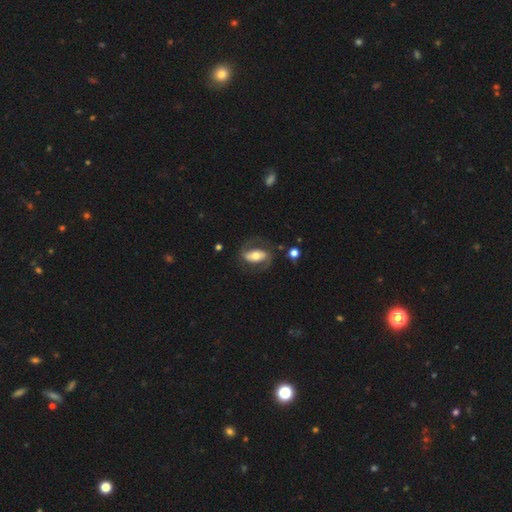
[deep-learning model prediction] Q: Smooth or featured?
A: featured or disk (72%); runner-up: smooth (23%)
Q: Edge-on disk?
A: no (94%); runner-up: yes (6%)
Q: Bar?
A: strong (46%); runner-up: no (28%)
Q: Spiral arms?
A: yes (85%); runner-up: no (15%)
Q: Spiral winding?
A: medium (49%); runner-up: loose (29%)
Q: Spiral arm count?
A: 2 (88%); runner-up: can't tell (5%)
Q: Bulge size?
A: moderate (61%); runner-up: small (19%)
Q: Merging?
A: none (70%); runner-up: minor disturbance (15%)